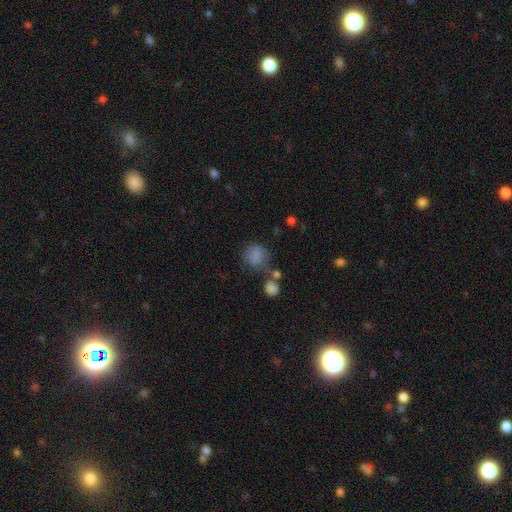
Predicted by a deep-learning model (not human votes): A smooth galaxy with no disk features (78%) that is round (76%).

Vote fractions:
- Smooth or featured? smooth: 78% / star or artifact: 13% / featured or disk: 9%
- How rounded? round: 76% / in between: 23% / cigar-shaped: 1%
- Merging? none: 55% / minor disturbance: 20% / major disturbance: 12% / merger: 12%